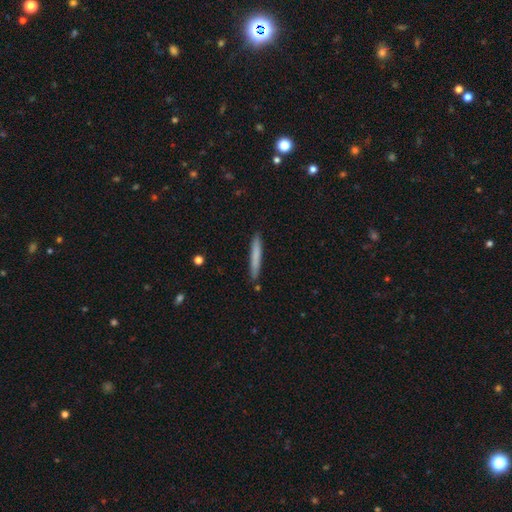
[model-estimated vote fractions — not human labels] Smooth or featured? Predicted: smooth (p=0.75). How rounded? Predicted: cigar-shaped (p=0.96). Merging? Predicted: none (p=0.89).